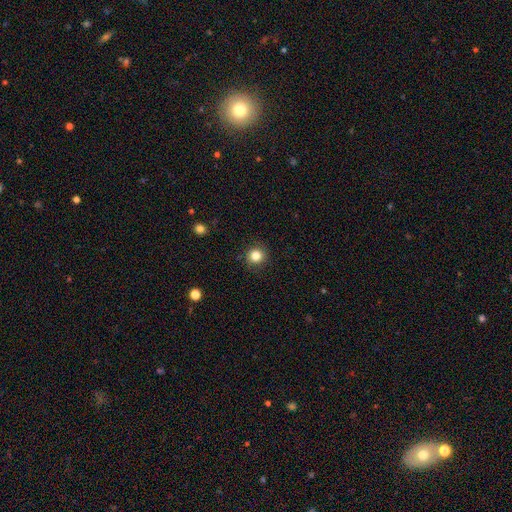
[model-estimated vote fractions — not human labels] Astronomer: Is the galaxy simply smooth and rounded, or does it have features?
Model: smooth — 83%.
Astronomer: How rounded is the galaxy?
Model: round — 91%.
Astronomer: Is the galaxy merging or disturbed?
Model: none — 89%.